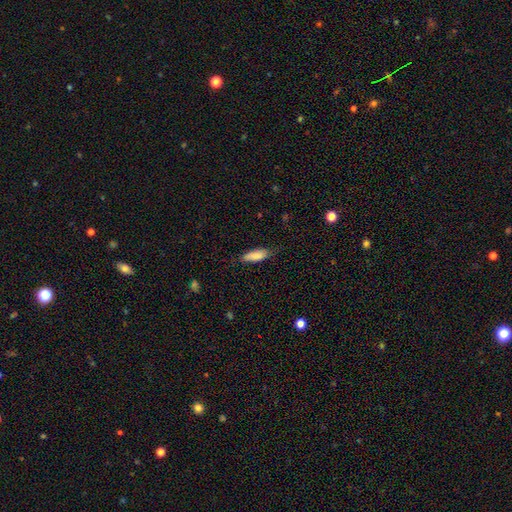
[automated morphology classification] smooth_or_featured: smooth (p=0.85) [alt: featured or disk p=0.08]
how_rounded: in between (p=0.66) [alt: cigar-shaped p=0.32]
merging: none (p=0.69) [alt: minor disturbance p=0.24]